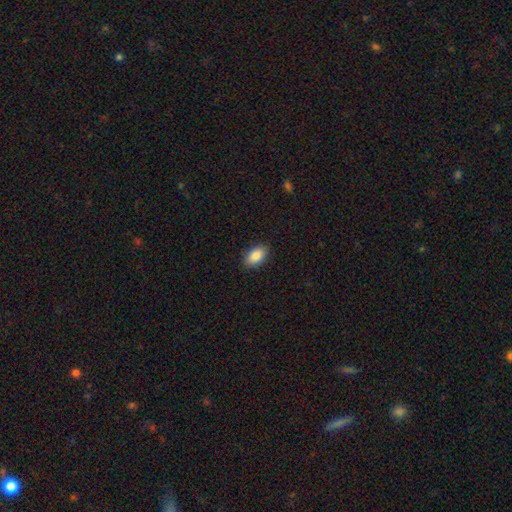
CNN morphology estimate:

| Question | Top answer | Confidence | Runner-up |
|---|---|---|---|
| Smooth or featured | smooth | 88% | star or artifact (7%) |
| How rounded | in between | 90% | round (8%) |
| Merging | none | 88% | minor disturbance (9%) |